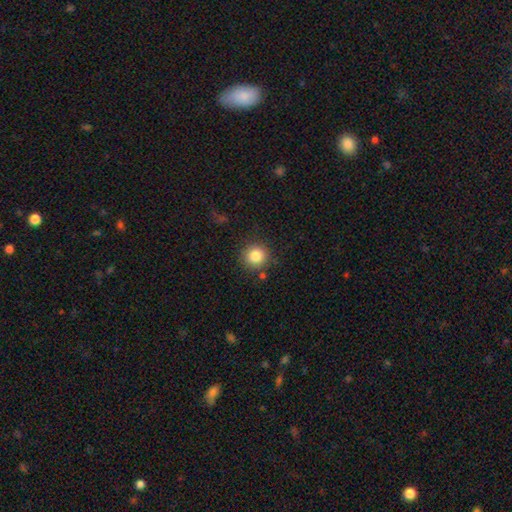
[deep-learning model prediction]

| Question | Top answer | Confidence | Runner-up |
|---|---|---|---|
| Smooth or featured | smooth | 83% | star or artifact (11%) |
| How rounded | round | 93% | in between (6%) |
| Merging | none | 85% | minor disturbance (8%) |